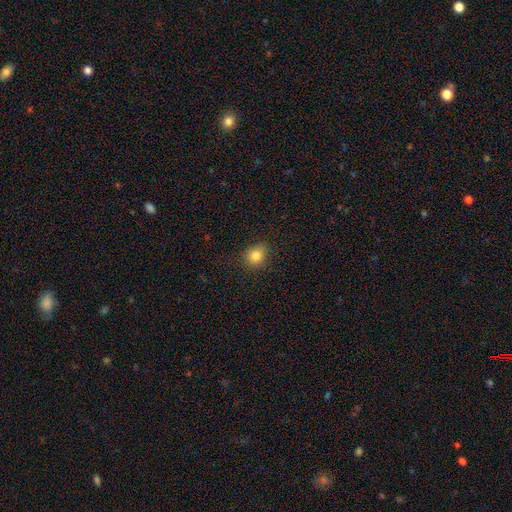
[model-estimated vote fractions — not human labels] smooth-or-featured: smooth: 82% | star or artifact: 12% | featured or disk: 6%
  how-rounded: round: 75% | in between: 24% | cigar-shaped: 1%
  merging: none: 81% | minor disturbance: 15% | major disturbance: 3% | merger: 1%